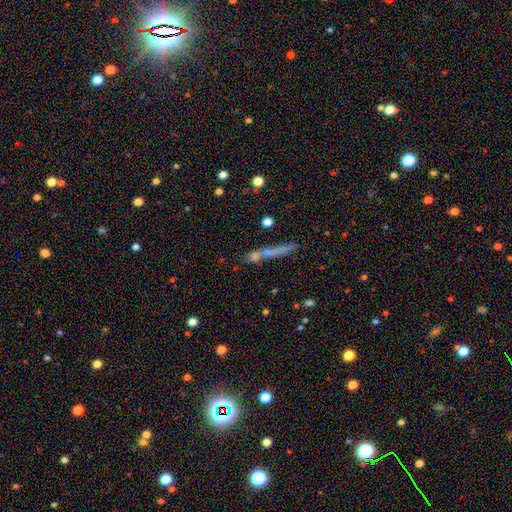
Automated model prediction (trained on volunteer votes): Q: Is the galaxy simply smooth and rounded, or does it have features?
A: smooth — 54%.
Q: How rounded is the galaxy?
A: cigar-shaped — 85%.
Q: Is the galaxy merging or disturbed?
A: none — 62%.